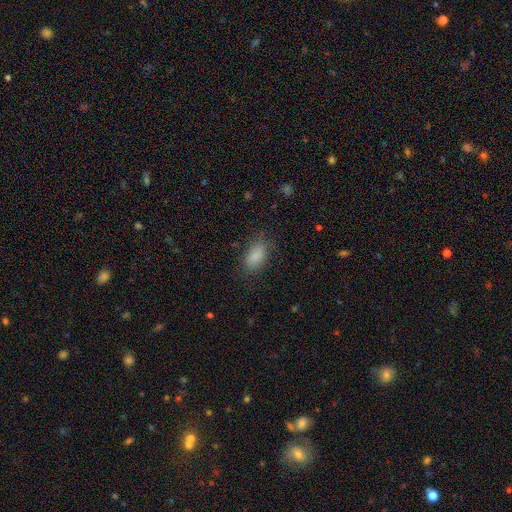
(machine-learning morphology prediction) smooth_or_featured: smooth (p=0.87) [alt: star or artifact p=0.08]
how_rounded: in between (p=0.91) [alt: round p=0.05]
merging: none (p=0.79) [alt: minor disturbance p=0.14]